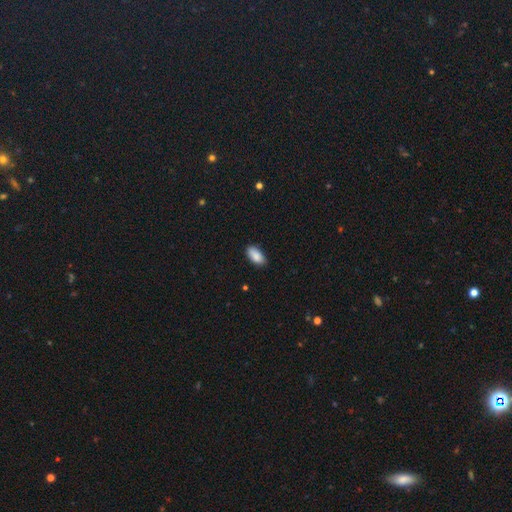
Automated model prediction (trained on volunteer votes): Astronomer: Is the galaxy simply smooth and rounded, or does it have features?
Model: smooth — 89%.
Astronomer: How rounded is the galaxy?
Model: in between — 91%.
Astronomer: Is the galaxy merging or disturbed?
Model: none — 84%.